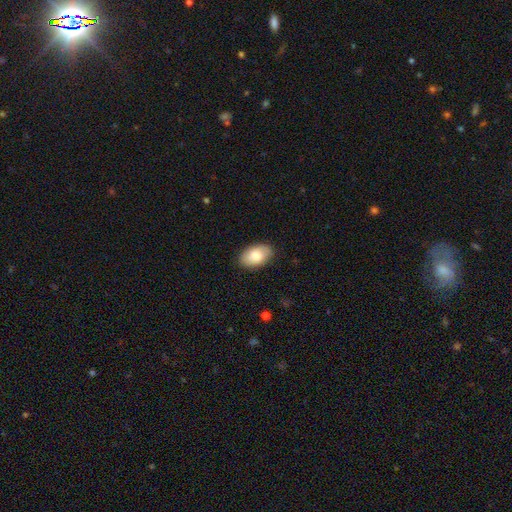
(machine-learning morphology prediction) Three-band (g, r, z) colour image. It shows a smooth galaxy with no disk features (83%) that is in between round and cigar-shaped (93%). Merging: none (84%).